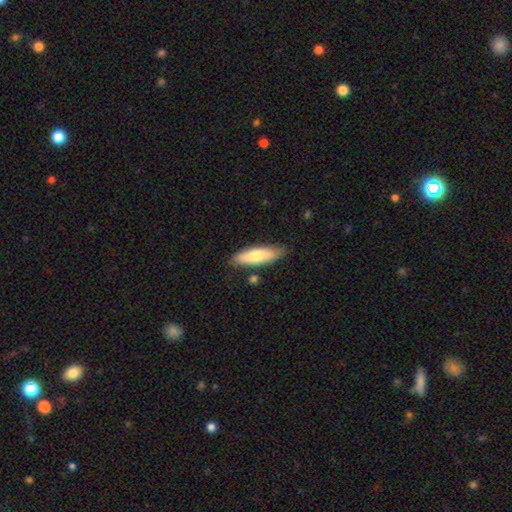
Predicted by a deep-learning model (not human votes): Smooth or featured? smooth (71%)
How rounded? cigar-shaped (53%)
Merging? none (79%)